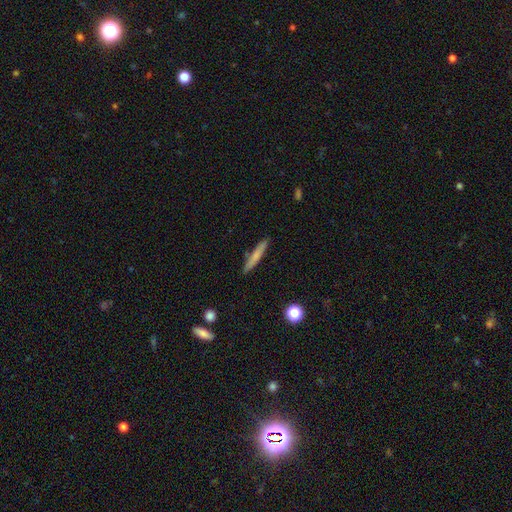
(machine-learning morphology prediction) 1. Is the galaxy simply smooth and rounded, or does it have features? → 67% smooth, 27% featured or disk, 7% star or artifact.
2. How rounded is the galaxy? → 94% cigar-shaped, 5% in between, 2% round.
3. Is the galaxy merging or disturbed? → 87% none, 9% minor disturbance, 2% merger, 2% major disturbance.